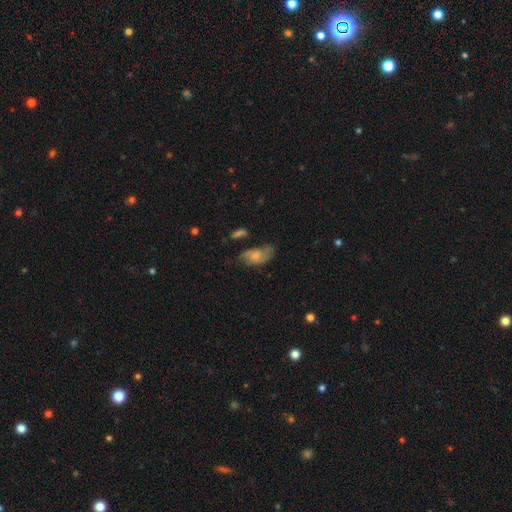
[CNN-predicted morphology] A smooth galaxy with no disk features (49%).

Vote fractions:
- Smooth or featured? smooth: 49% / featured or disk: 44% / star or artifact: 8%
- Merging? none: 45% / minor disturbance: 31% / major disturbance: 18% / merger: 6%